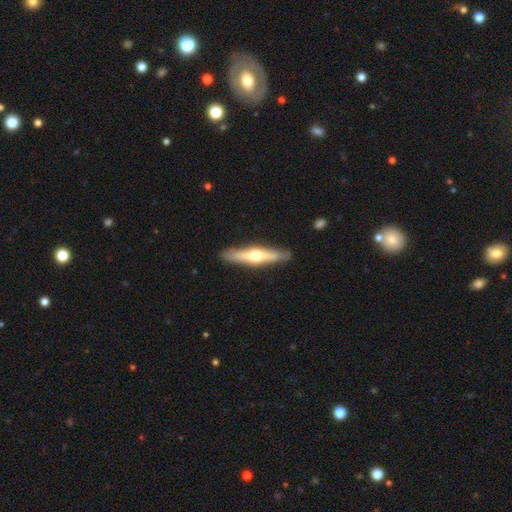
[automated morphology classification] type=featured or disk (59%); edge-on=yes (93%); edge-on bulge=rounded (92%); merging=none (87%).